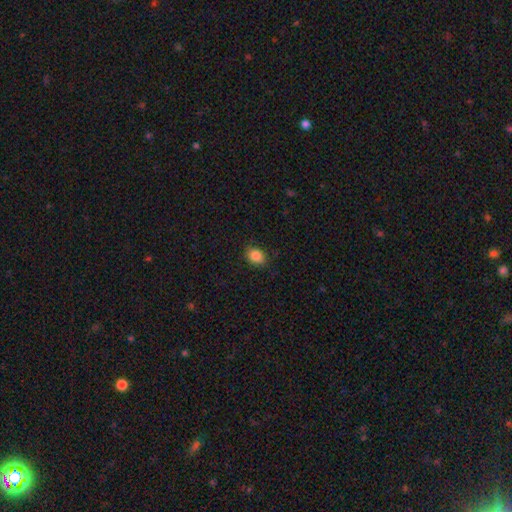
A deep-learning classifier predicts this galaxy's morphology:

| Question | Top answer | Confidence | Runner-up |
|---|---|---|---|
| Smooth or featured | smooth | 86% | star or artifact (9%) |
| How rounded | in between | 63% | round (36%) |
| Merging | none | 84% | minor disturbance (13%) |